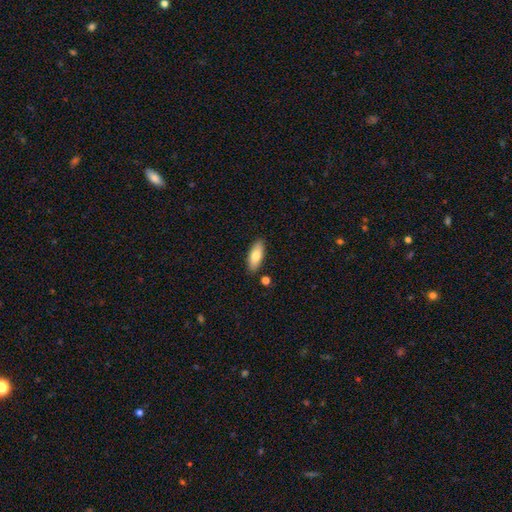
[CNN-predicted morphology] Smooth or featured? Predicted: smooth (p=0.78). How rounded? Predicted: in between (p=0.75). Merging? Predicted: none (p=0.86).